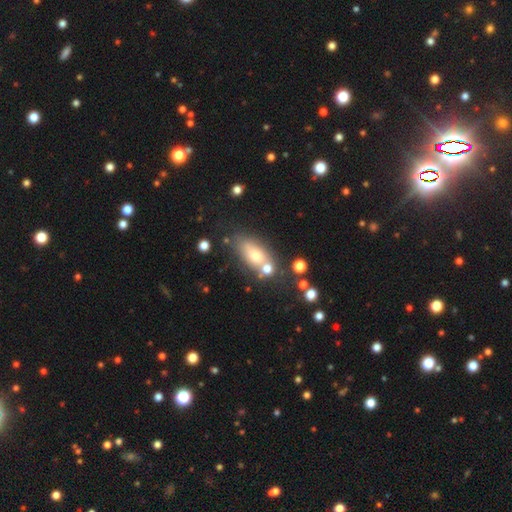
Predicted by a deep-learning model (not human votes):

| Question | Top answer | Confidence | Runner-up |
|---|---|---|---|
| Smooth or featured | smooth | 67% | featured or disk (22%) |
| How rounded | in between | 79% | cigar-shaped (12%) |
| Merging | none | 55% | merger (21%) |